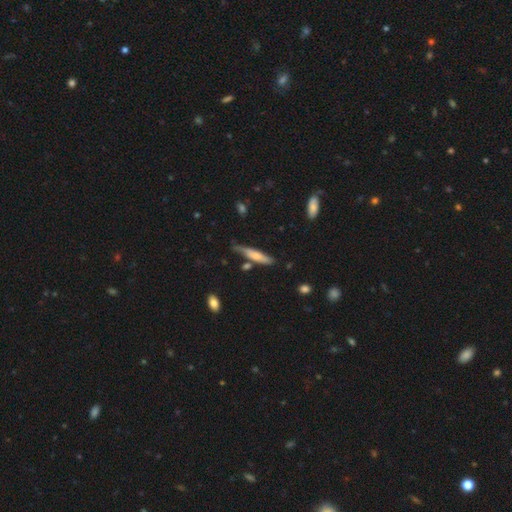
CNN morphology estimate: smooth 62%, featured or disk 32%, star or artifact 6%. Down the decision tree: how rounded — cigar-shaped (85%); merging — none (63%).